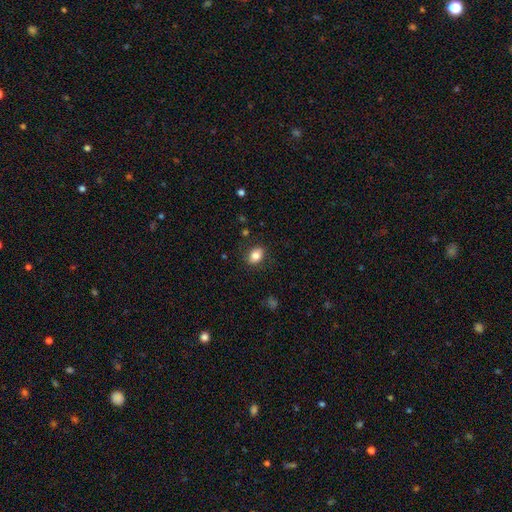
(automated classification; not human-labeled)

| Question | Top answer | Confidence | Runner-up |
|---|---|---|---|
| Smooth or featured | smooth | 82% | featured or disk (10%) |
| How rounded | in between | 76% | round (23%) |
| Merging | none | 85% | minor disturbance (11%) |